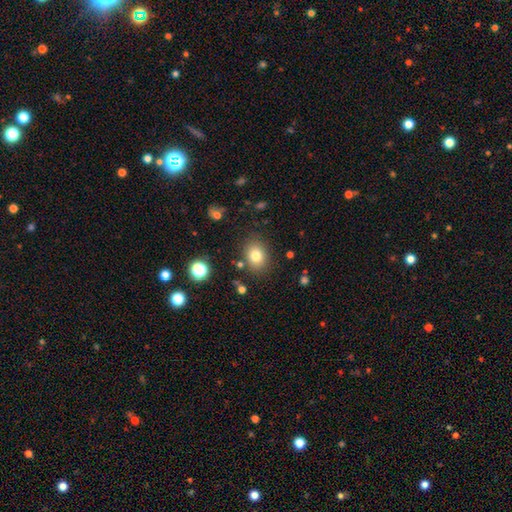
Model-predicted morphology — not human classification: Smooth or featured? Predicted: smooth (p=0.79). How rounded? Predicted: in between (p=0.53). Merging? Predicted: none (p=0.82).